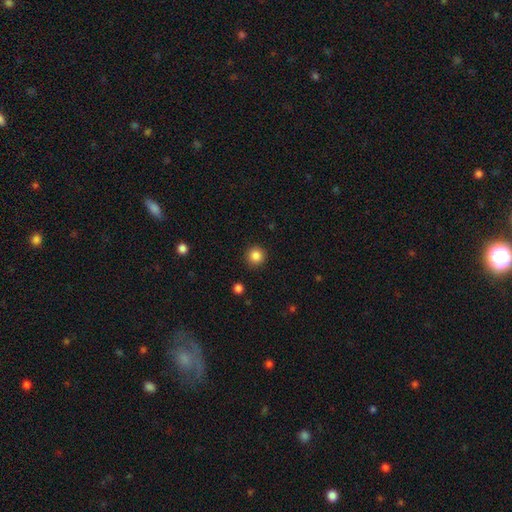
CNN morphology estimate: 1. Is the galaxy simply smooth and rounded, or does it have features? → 86% smooth, 11% star or artifact, 4% featured or disk.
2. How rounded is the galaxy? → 94% round, 5% in between, 1% cigar-shaped.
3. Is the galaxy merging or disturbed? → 92% none, 5% minor disturbance, 2% major disturbance, 1% merger.